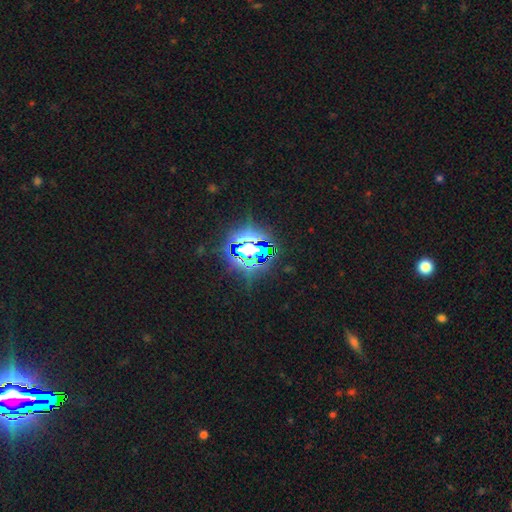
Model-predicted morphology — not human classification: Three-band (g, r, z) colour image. It shows a star or artifact, not a galaxy (77%).